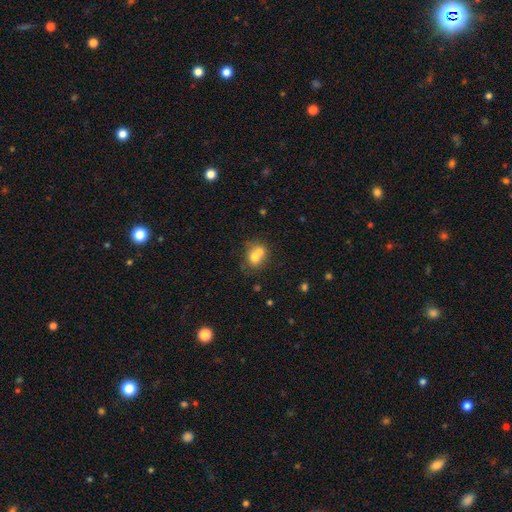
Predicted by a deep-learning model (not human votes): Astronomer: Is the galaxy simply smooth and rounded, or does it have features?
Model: smooth — 69%.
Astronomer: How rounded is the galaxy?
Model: round — 62%.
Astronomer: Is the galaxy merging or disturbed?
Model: merger — 58%.